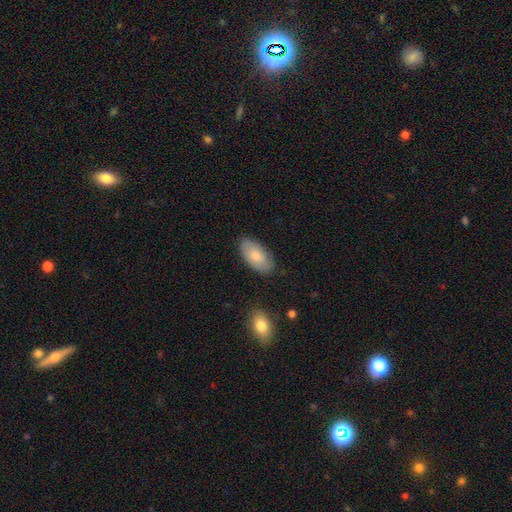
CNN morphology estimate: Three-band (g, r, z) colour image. It shows a smooth galaxy with no disk features (75%) that is in between round and cigar-shaped (95%). Merging: none (81%).